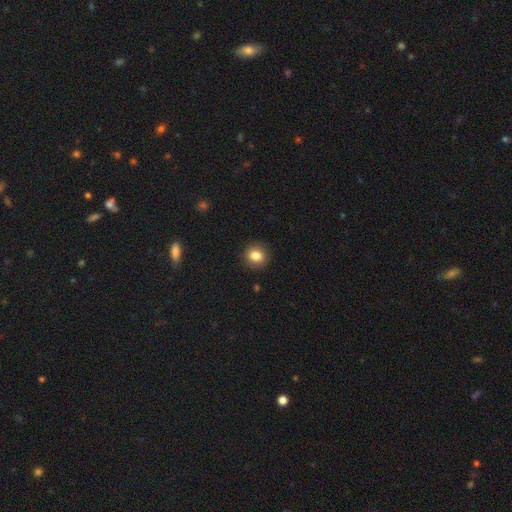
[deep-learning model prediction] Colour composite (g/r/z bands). It shows a smooth galaxy with no disk features (84%) that is round (85%). Merging: none (91%).